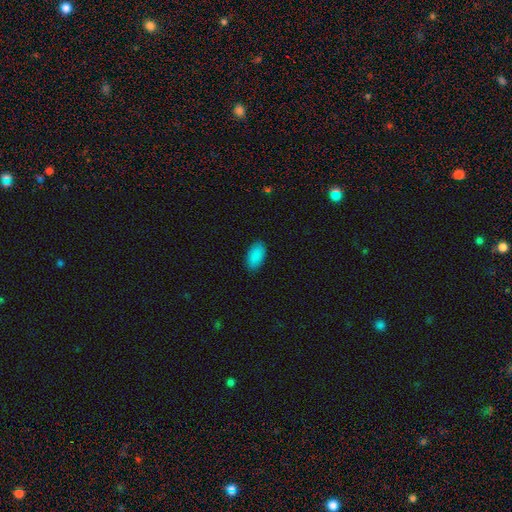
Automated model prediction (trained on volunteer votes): Smooth or featured? smooth (90%)
How rounded? in between (95%)
Merging? none (87%)